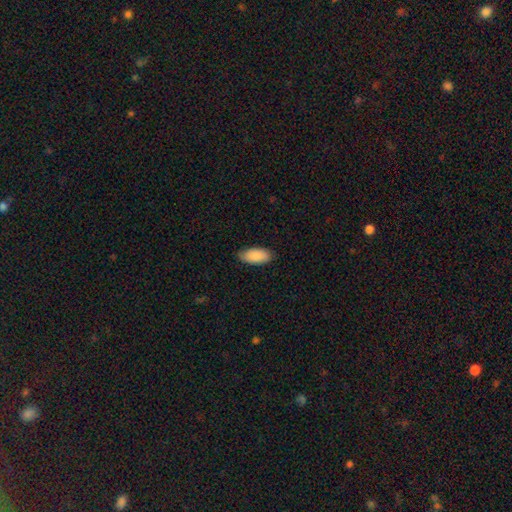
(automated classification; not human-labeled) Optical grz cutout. It shows a smooth galaxy with no disk features (89%) that is in between round and cigar-shaped (91%). Merging: none (84%).